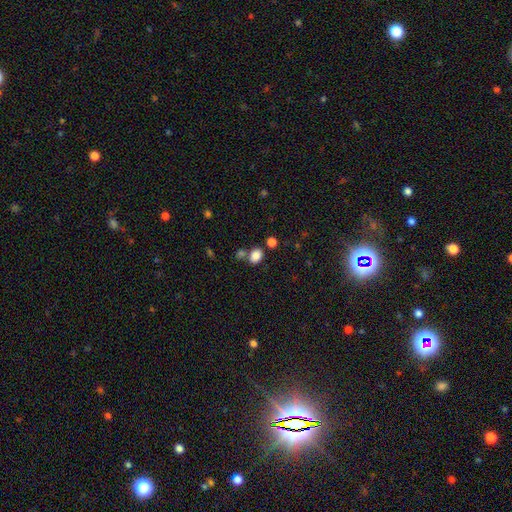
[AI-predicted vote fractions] A smooth galaxy with no disk features (84%) that is in between round and cigar-shaped (60%).

Vote fractions:
- Smooth or featured? smooth: 84% / star or artifact: 10% / featured or disk: 5%
- How rounded? in between: 60% / round: 39% / cigar-shaped: 1%
- Merging? none: 64% / merger: 20% / minor disturbance: 12% / major disturbance: 4%